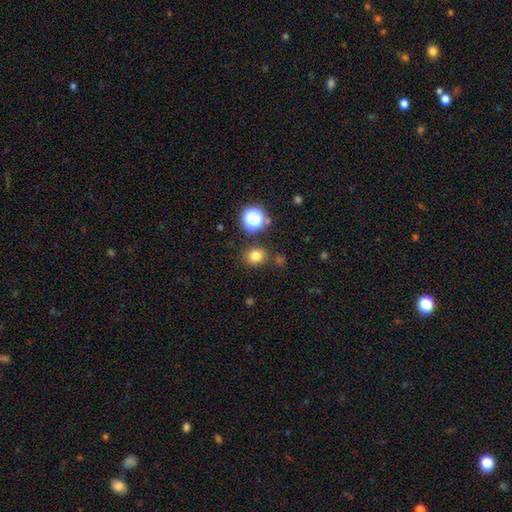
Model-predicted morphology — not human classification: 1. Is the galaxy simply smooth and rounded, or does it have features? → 77% smooth, 16% star or artifact, 7% featured or disk.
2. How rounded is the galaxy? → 73% round, 27% in between, 1% cigar-shaped.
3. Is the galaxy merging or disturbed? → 83% none, 9% minor disturbance, 5% merger, 3% major disturbance.